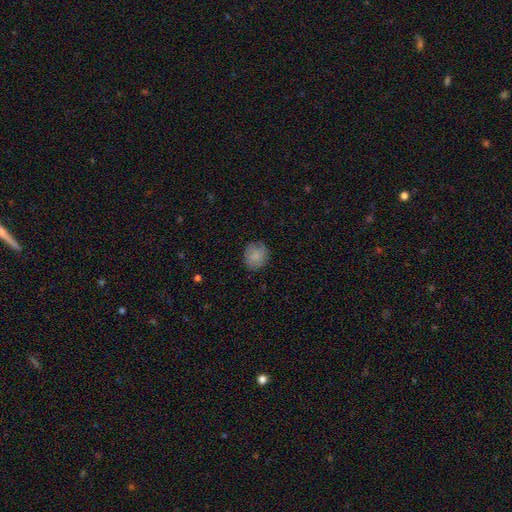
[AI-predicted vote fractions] Morphology: type=smooth (81%); roundness=round (77%); merging=none (78%).